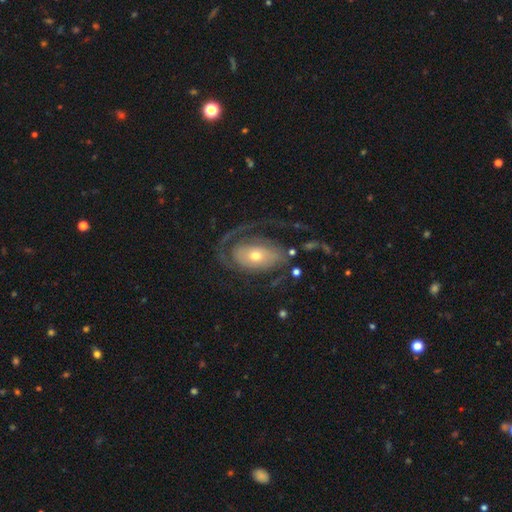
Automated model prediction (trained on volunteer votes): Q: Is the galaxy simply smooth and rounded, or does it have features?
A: featured or disk — 79%.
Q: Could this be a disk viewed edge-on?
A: no — 96%.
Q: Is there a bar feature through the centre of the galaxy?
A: no — 69%.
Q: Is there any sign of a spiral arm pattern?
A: yes — 86%.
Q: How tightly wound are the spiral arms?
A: medium — 39%.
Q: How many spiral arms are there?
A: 2 — 49%.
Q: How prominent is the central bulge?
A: moderate — 55%.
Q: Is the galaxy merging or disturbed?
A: none — 48%.